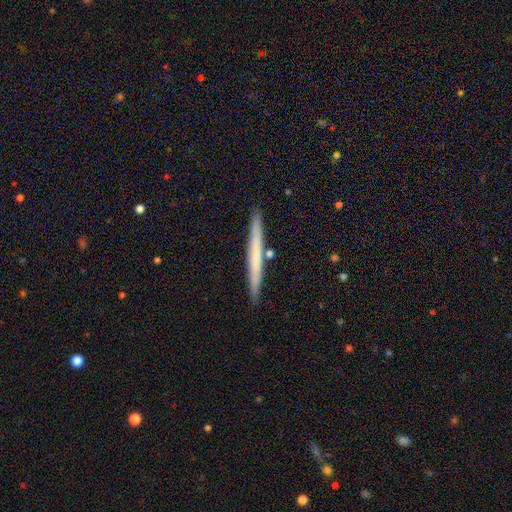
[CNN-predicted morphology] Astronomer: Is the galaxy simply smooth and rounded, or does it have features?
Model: smooth — 51% (runner-up: featured or disk, 43%).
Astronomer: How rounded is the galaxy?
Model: cigar-shaped — 97%.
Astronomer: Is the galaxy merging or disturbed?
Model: none — 89%.